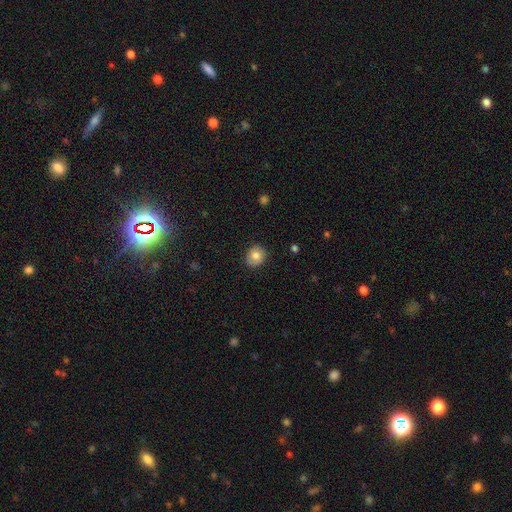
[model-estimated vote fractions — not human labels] Smooth or featured? Predicted: smooth (p=0.80). How rounded? Predicted: round (p=0.73). Merging? Predicted: none (p=0.85).